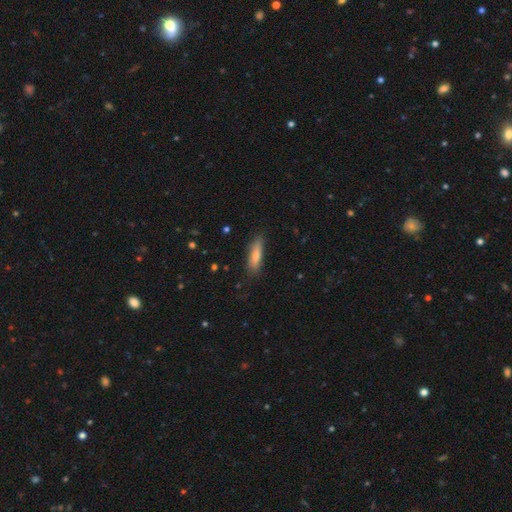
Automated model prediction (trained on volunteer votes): smooth-or-featured: smooth: 69% | featured or disk: 24% | star or artifact: 7%
  how-rounded: cigar-shaped: 62% | in between: 36% | round: 2%
  merging: none: 81% | minor disturbance: 15% | major disturbance: 3% | merger: 1%